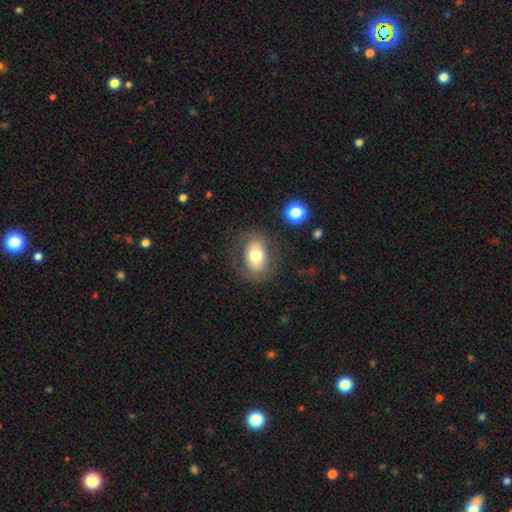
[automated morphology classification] smooth 68%, featured or disk 23%, star or artifact 9%. Down the decision tree: how rounded — in between (75%); merging — none (75%).